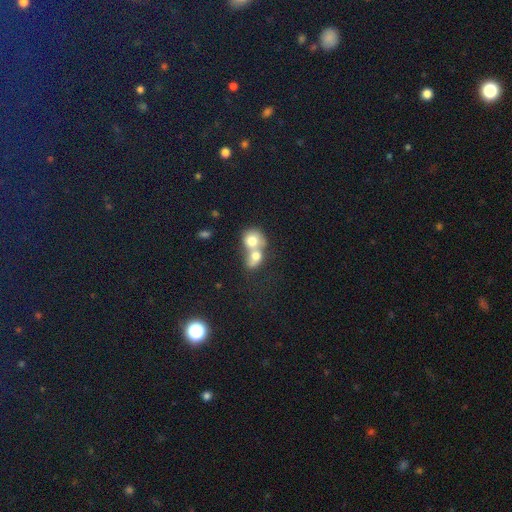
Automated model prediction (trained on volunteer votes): smooth-or-featured: smooth: 70% | featured or disk: 22% | star or artifact: 9%
  how-rounded: round: 56% | in between: 42% | cigar-shaped: 2%
  merging: merger: 79% | none: 13% | minor disturbance: 5% | major disturbance: 3%